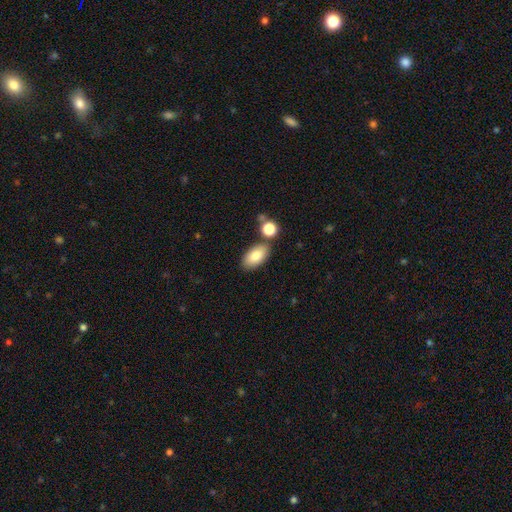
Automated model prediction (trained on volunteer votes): Q: Smooth or featured?
A: smooth (82%); runner-up: featured or disk (11%)
Q: How rounded?
A: in between (93%); runner-up: round (4%)
Q: Merging?
A: none (75%); runner-up: minor disturbance (11%)